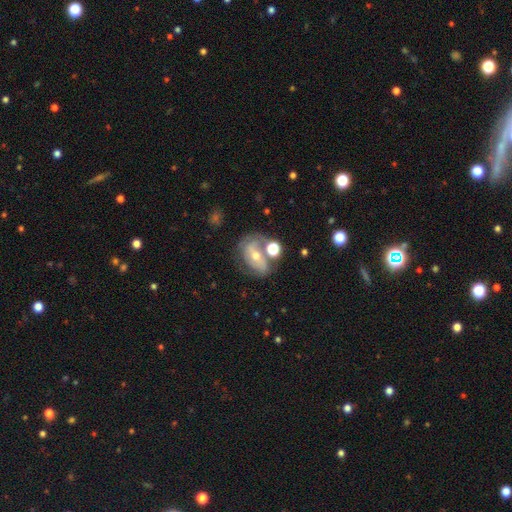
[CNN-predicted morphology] Overall: featured or disk (64%; smooth 25%). Edge-on disk: no (94%). Bar: no (43%; weak 31%). Spiral arms: yes (70%). Bulge size: moderate (54%; small 41%). Merging: none (51%; merger 21%).